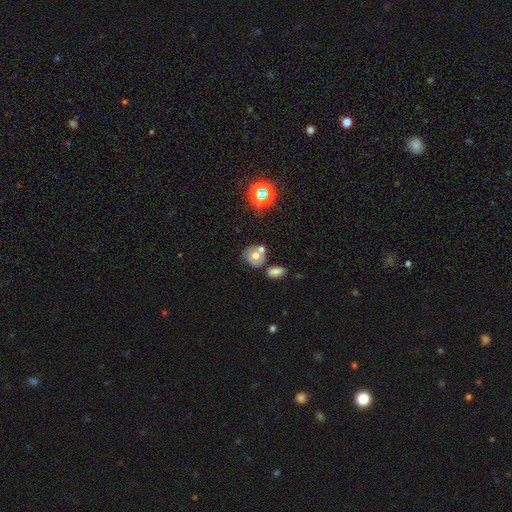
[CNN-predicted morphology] This appears to be a smooth galaxy with no disk features (56%) that is round (74%). Merging: none (50%).